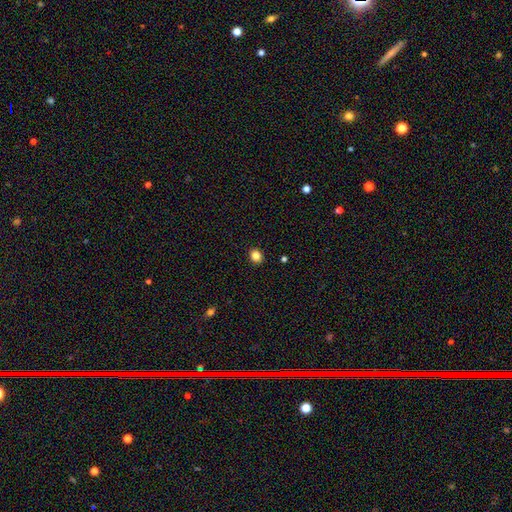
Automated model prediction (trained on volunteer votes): A smooth galaxy with no disk features (84%) that is round (70%).

Vote fractions:
- Smooth or featured? smooth: 84% / star or artifact: 12% / featured or disk: 5%
- How rounded? round: 70% / in between: 29% / cigar-shaped: 1%
- Merging? none: 91% / minor disturbance: 6% / major disturbance: 2% / merger: 1%